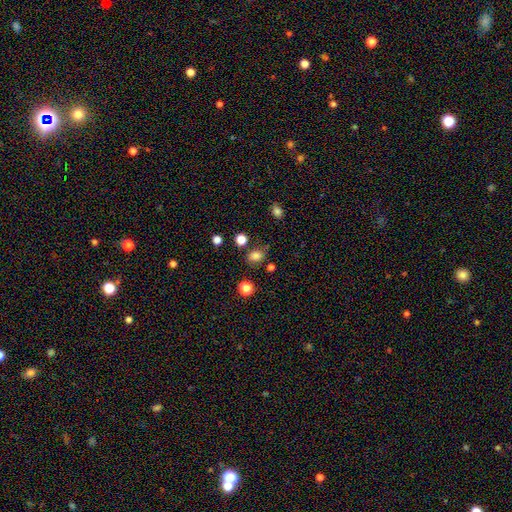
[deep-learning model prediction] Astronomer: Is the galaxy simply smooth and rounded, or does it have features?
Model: smooth — 79%.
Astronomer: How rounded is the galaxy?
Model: round — 50% (runner-up: in between, 49%).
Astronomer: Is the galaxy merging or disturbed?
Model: none — 72%.